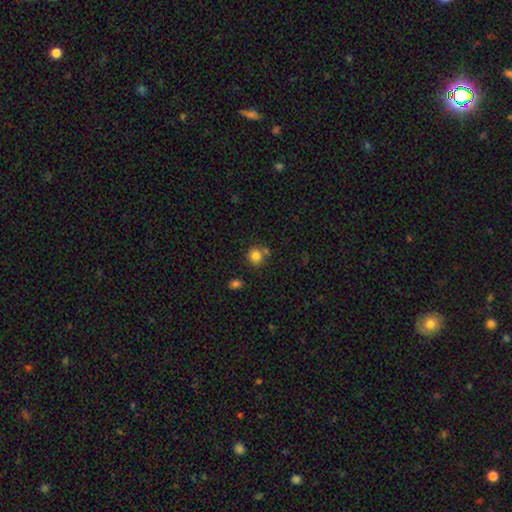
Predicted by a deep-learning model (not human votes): smooth_or_featured: smooth (p=0.82) [alt: star or artifact p=0.11]
how_rounded: round (p=0.87) [alt: in between p=0.12]
merging: none (p=0.69) [alt: merger p=0.16]